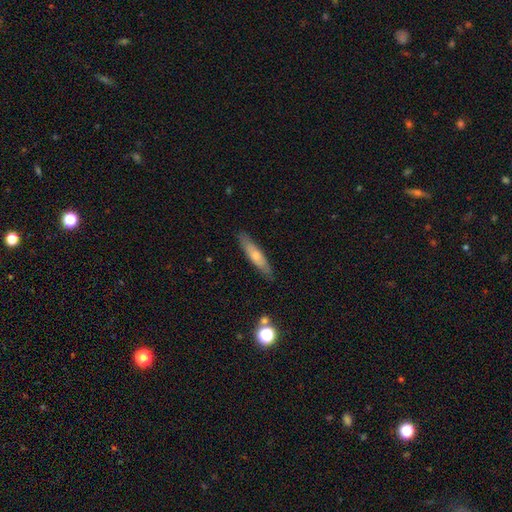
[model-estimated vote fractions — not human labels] Smooth or featured? smooth (59%)
How rounded? cigar-shaped (80%)
Merging? none (85%)